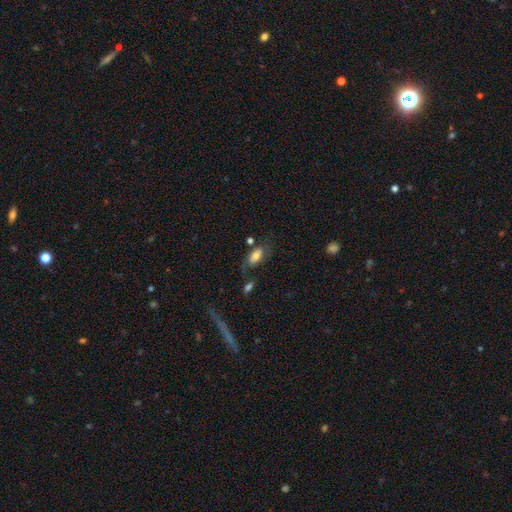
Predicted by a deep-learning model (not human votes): Smooth or featured?
  - smooth: 63% *
  - featured or disk: 28%
  - star or artifact: 9%
How rounded?
  - in between: 90% *
  - cigar-shaped: 6%
  - round: 4%
Merging?
  - none: 51% *
  - minor disturbance: 22%
  - major disturbance: 16%
  - merger: 11%